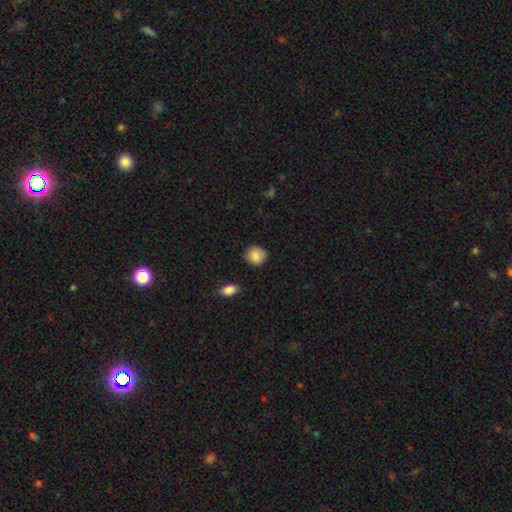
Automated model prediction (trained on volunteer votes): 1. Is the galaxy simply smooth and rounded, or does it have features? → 87% smooth, 8% star or artifact, 5% featured or disk.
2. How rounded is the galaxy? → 76% round, 23% in between, 1% cigar-shaped.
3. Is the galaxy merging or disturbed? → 79% none, 16% minor disturbance, 3% major disturbance, 2% merger.